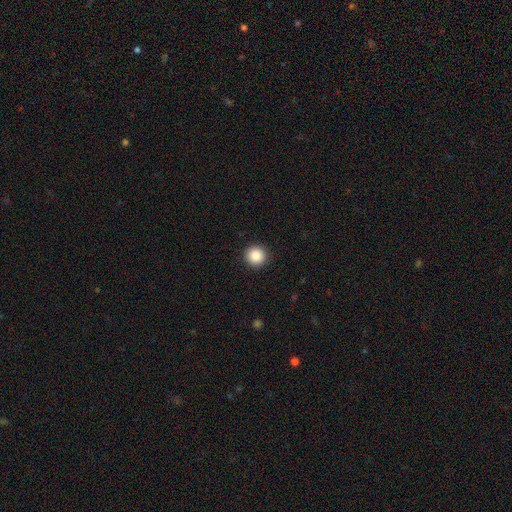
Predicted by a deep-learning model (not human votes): Smooth or featured? smooth (88%)
How rounded? round (94%)
Merging? none (93%)